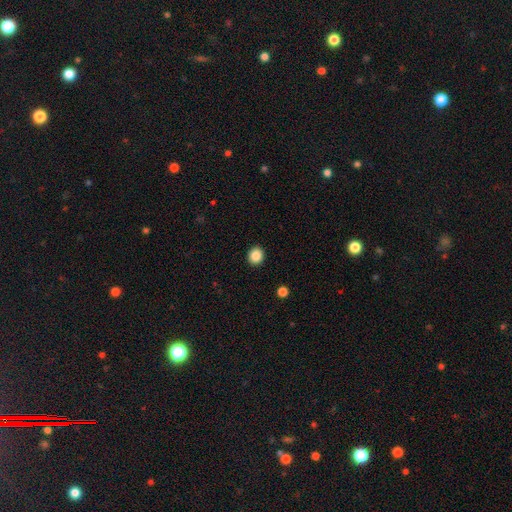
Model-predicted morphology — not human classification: This appears to be a smooth galaxy with no disk features (87%) that is round (79%). Merging: none (92%).